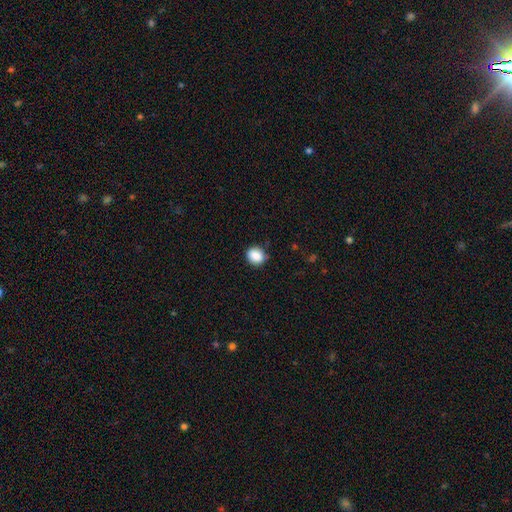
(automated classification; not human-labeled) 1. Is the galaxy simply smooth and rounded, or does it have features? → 87% smooth, 8% star or artifact, 4% featured or disk.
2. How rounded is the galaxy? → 65% round, 34% in between, 1% cigar-shaped.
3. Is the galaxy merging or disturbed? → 79% none, 16% minor disturbance, 3% major disturbance, 1% merger.